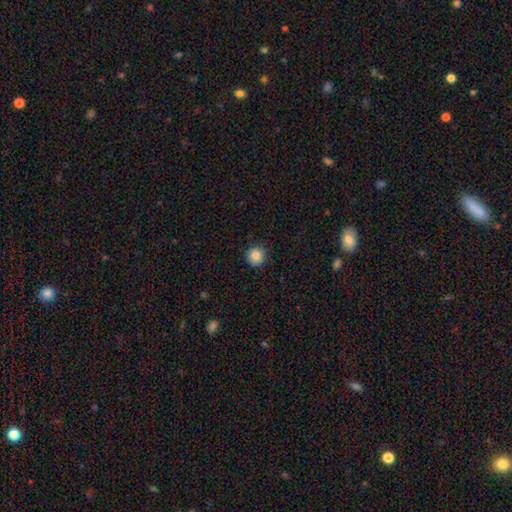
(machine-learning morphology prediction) A smooth galaxy with no disk features (86%) that is round (95%).

Vote fractions:
- Smooth or featured? smooth: 86% / star or artifact: 10% / featured or disk: 4%
- How rounded? round: 95% / in between: 4% / cigar-shaped: 1%
- Merging? none: 91% / minor disturbance: 6% / major disturbance: 2% / merger: 1%